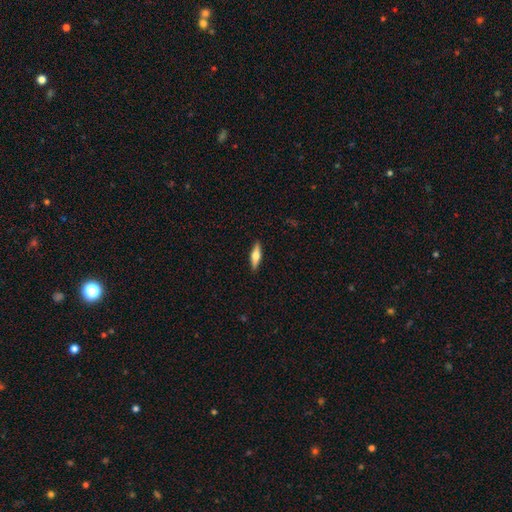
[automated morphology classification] smooth-or-featured: smooth: 51% | featured or disk: 43% | star or artifact: 6%
  how-rounded: cigar-shaped: 60% | in between: 37% | round: 3%
  merging: none: 91% | minor disturbance: 7% | major disturbance: 2% | merger: 1%